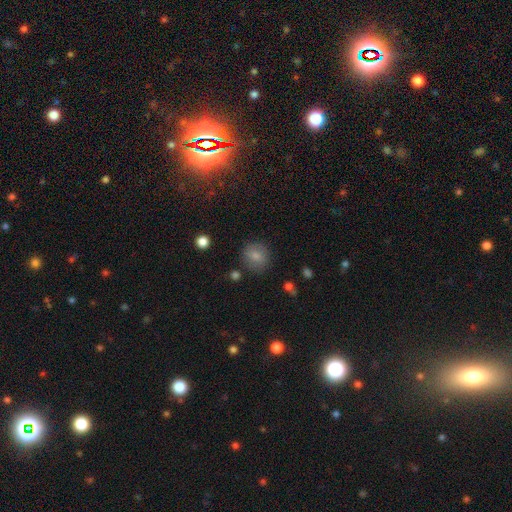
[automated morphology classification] Smooth or featured: smooth — 79% (featured or disk — 12%)
How rounded: round — 79% (in between — 19%)
Merging: none — 80% (minor disturbance — 13%)